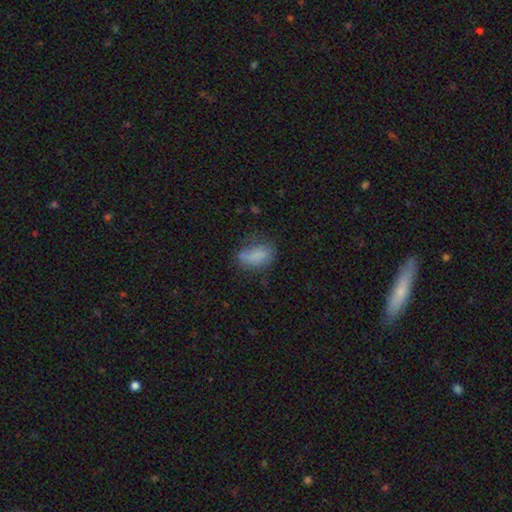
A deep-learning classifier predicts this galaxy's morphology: A smooth galaxy with no disk features (79%) that is in between round and cigar-shaped (87%).

Vote fractions:
- Smooth or featured? smooth: 79% / featured or disk: 12% / star or artifact: 10%
- How rounded? in between: 87% / round: 8% / cigar-shaped: 6%
- Merging? none: 53% / minor disturbance: 29% / major disturbance: 13% / merger: 5%